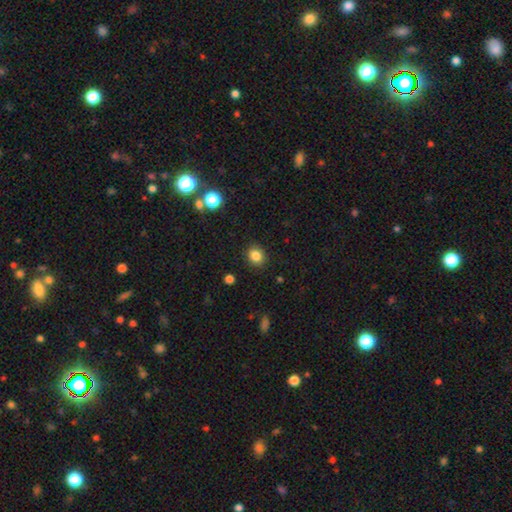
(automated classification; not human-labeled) The model was most divided on "how rounded": round: 73%, in between: 26%, cigar-shaped: 1%. More confident: merging — none (90%); smooth or featured — smooth (84%).